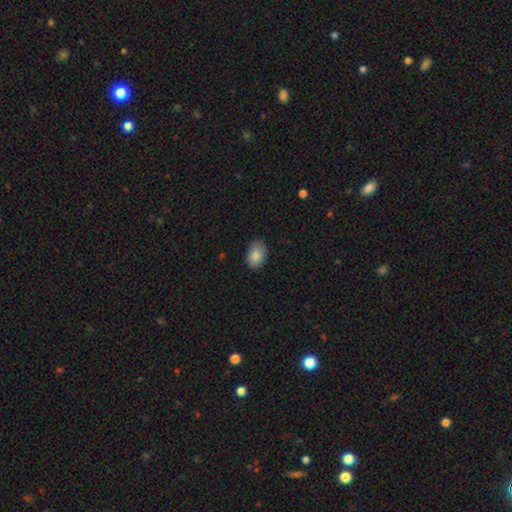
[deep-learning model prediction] smooth_or_featured: smooth (p=0.86) [alt: star or artifact p=0.07]
how_rounded: in between (p=0.86) [alt: round p=0.13]
merging: none (p=0.82) [alt: minor disturbance p=0.14]